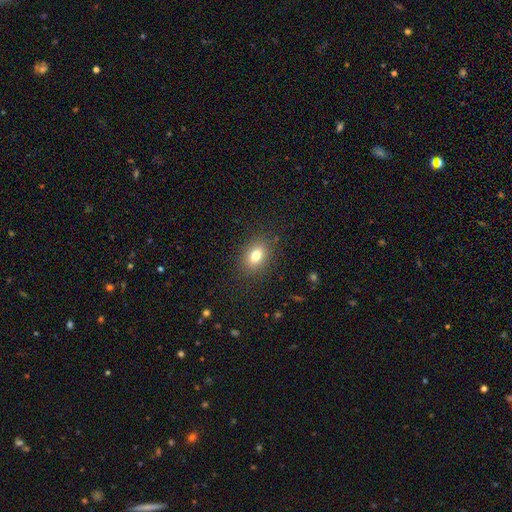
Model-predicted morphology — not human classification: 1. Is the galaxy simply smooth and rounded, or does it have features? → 79% smooth, 11% star or artifact, 10% featured or disk.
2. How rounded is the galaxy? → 74% in between, 24% round, 2% cigar-shaped.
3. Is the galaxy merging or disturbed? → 86% none, 9% minor disturbance, 3% major disturbance, 1% merger.